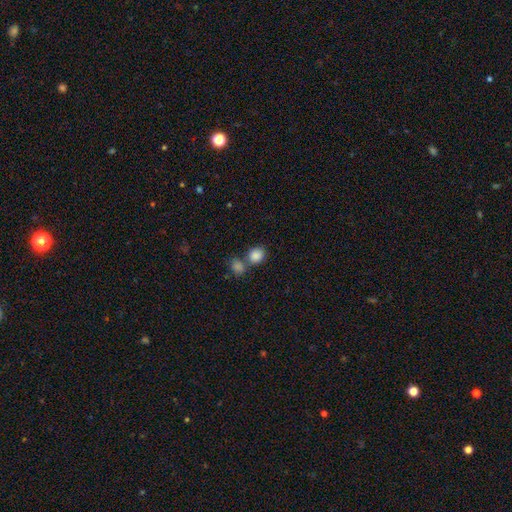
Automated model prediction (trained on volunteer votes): Q: Smooth or featured?
A: smooth (85%); runner-up: star or artifact (9%)
Q: How rounded?
A: round (67%); runner-up: in between (32%)
Q: Merging?
A: none (48%); runner-up: merger (39%)